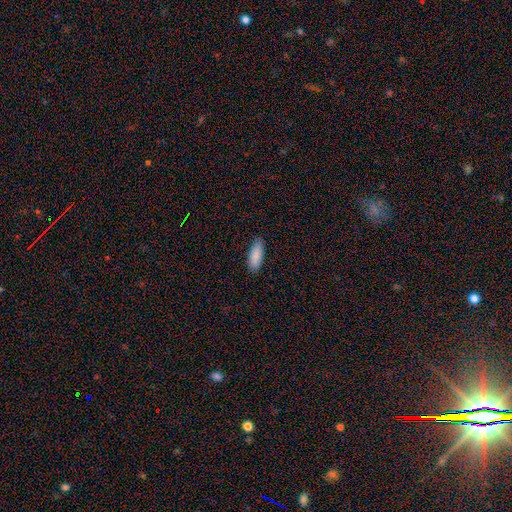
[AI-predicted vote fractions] Smooth or featured: smooth — 89% (star or artifact — 6%)
How rounded: in between — 71% (cigar-shaped — 27%)
Merging: none — 86% (minor disturbance — 11%)